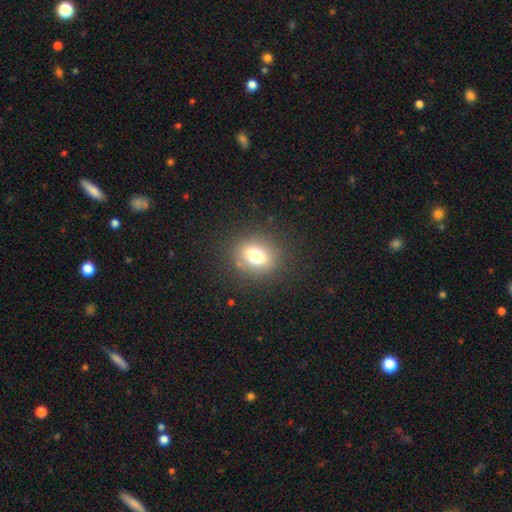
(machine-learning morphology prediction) Q: Smooth or featured?
A: smooth (74%); runner-up: star or artifact (14%)
Q: How rounded?
A: round (56%); runner-up: in between (42%)
Q: Merging?
A: none (84%); runner-up: minor disturbance (10%)